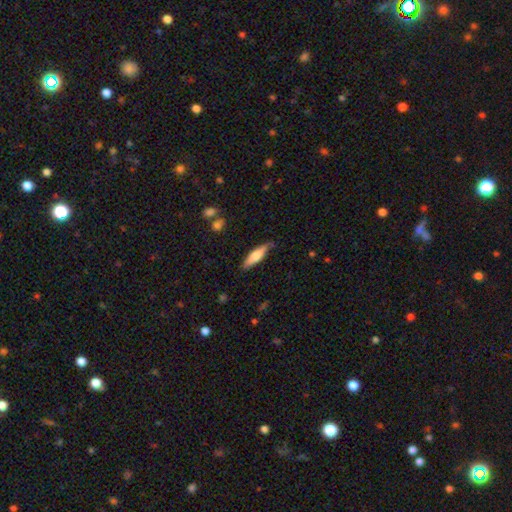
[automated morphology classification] This appears to be a smooth galaxy with no disk features (66%) that is cigar-shaped (66%). Merging: none (79%).